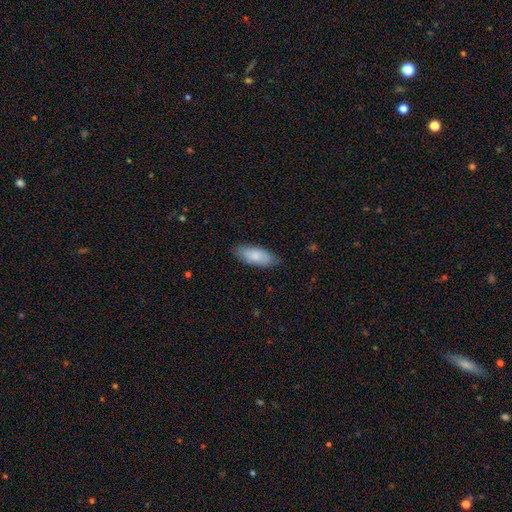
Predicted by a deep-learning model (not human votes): Smooth or featured: smooth — 82% (featured or disk — 13%)
How rounded: in between — 80% (cigar-shaped — 19%)
Merging: none — 82% (minor disturbance — 15%)